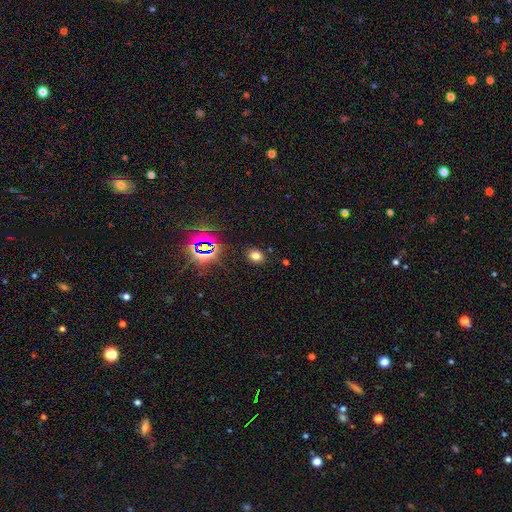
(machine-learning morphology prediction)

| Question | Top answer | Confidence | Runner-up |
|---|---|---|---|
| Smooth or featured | smooth | 70% | star or artifact (23%) |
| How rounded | in between | 59% | round (40%) |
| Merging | none | 87% | minor disturbance (8%) |